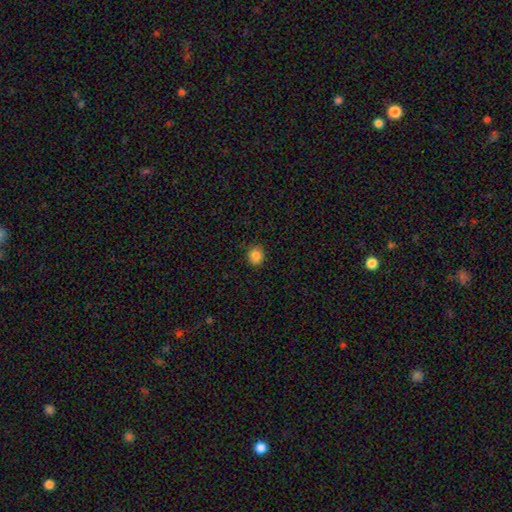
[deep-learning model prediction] smooth-or-featured: smooth: 85% | star or artifact: 10% | featured or disk: 4%
  how-rounded: round: 76% | in between: 23% | cigar-shaped: 1%
  merging: none: 89% | minor disturbance: 8% | major disturbance: 2% | merger: 1%